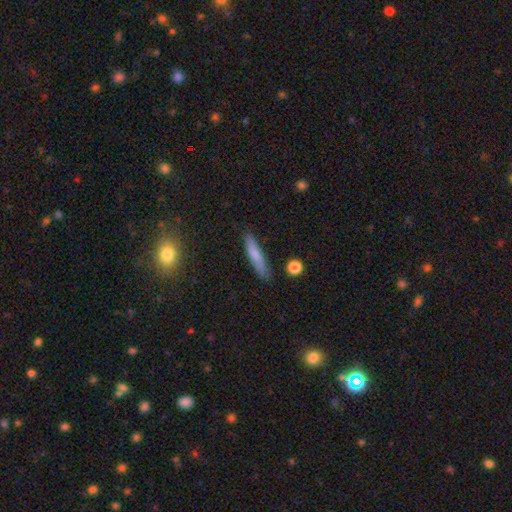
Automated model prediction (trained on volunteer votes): Smooth or featured? Predicted: smooth (p=0.76). How rounded? Predicted: cigar-shaped (p=0.86). Merging? Predicted: none (p=0.84).